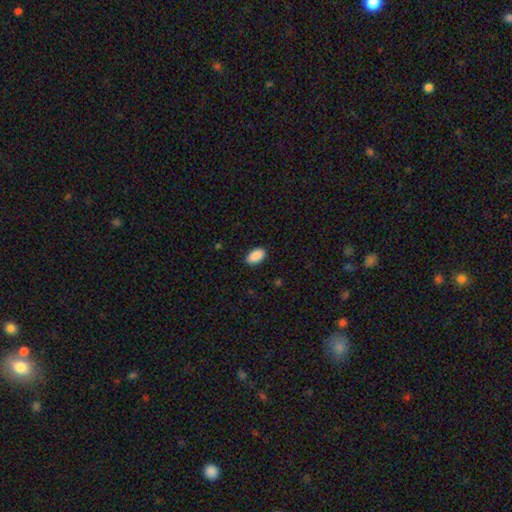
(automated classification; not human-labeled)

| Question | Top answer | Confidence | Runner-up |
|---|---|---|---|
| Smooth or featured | smooth | 90% | star or artifact (7%) |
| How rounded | in between | 94% | round (4%) |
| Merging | none | 89% | minor disturbance (8%) |